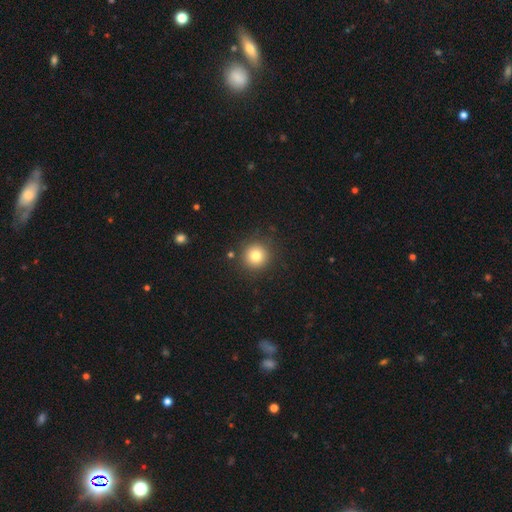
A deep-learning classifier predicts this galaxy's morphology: smooth_or_featured: smooth (p=0.80) [alt: star or artifact p=0.12]
how_rounded: round (p=0.95) [alt: in between p=0.04]
merging: none (p=0.88) [alt: minor disturbance p=0.07]